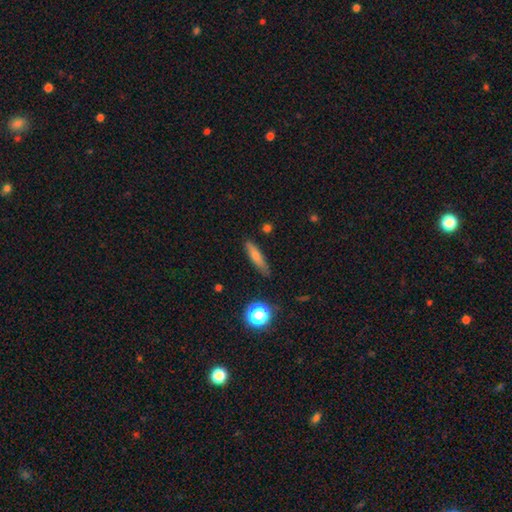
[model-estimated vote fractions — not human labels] Smooth or featured? smooth (71%)
How rounded? cigar-shaped (76%)
Merging? none (81%)